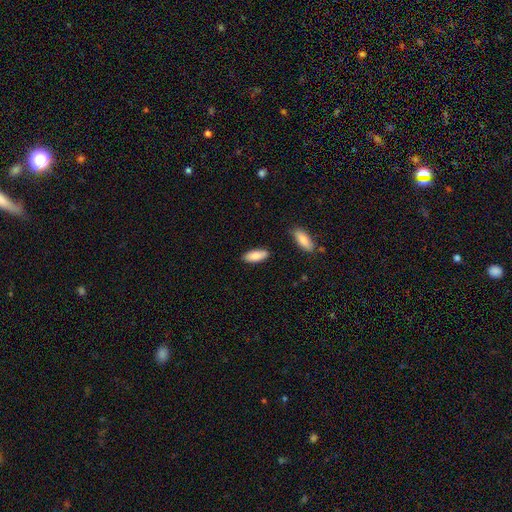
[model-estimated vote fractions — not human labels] A smooth galaxy with no disk features (85%) that is in between round and cigar-shaped (81%). Merging: none (82%).